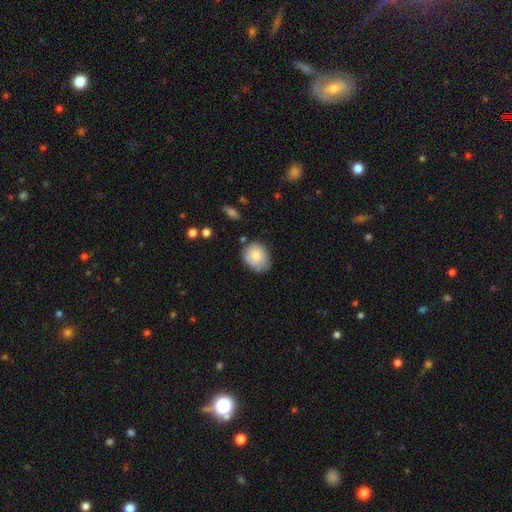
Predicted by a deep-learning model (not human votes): Smooth or featured: smooth — 72% (featured or disk — 20%)
How rounded: round — 58% (in between — 41%)
Merging: none — 63% (minor disturbance — 28%)